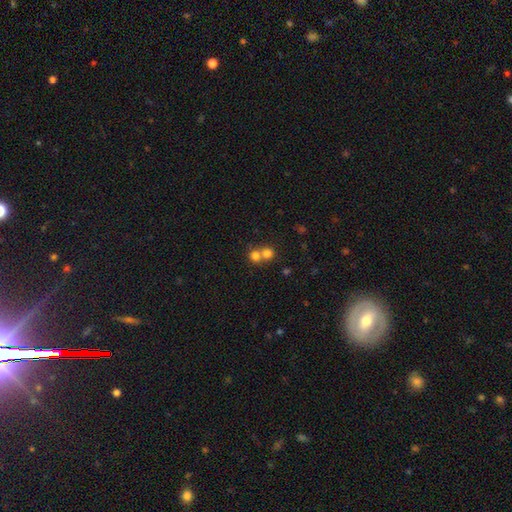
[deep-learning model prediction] This is likely a smooth galaxy (76%). How rounded: clearly round (85%). Merging: possibly merger (54%).